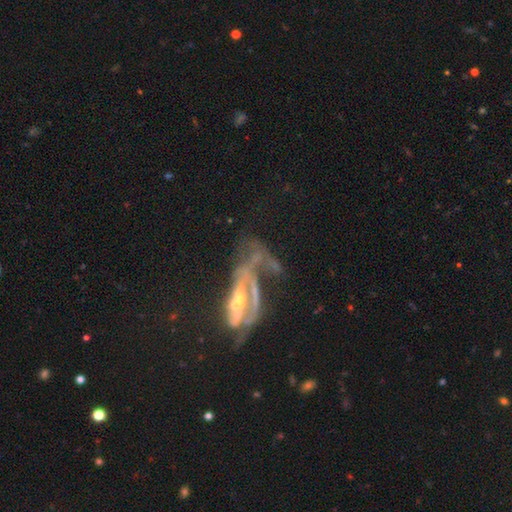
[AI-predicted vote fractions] smooth-or-featured: featured or disk: 71% | smooth: 15% | star or artifact: 14%
  disk-edge-on: no: 80% | yes: 20%
    bar: no: 51% | weak: 29% | strong: 20%
    has-spiral-arms: yes: 59% | no: 41%
    bulge-size: moderate: 45% | small: 36% | none: 9% | large: 7% | dominant: 2%
  merging: major disturbance: 47% | none: 21% | merger: 18% | minor disturbance: 13%